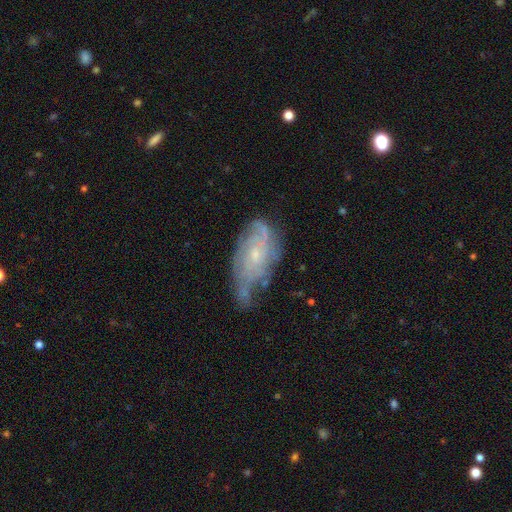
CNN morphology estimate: smooth-or-featured: featured or disk: 75% | smooth: 18% | star or artifact: 8%
  disk-edge-on: no: 93% | yes: 7%
    bar: no: 74% | weak: 23% | strong: 4%
    has-spiral-arms: yes: 86% | no: 14%
      spiral-winding: tight: 52% | medium: 34% | loose: 14%
      spiral-arm-count: can't tell: 47% | 2: 19% | 3: 15% | 4: 10% | 1: 5% | more than 4: 5%
    bulge-size: small: 69% | moderate: 25% | none: 3% | large: 1% | dominant: 1%
  merging: none: 49% | minor disturbance: 32% | major disturbance: 14% | merger: 5%